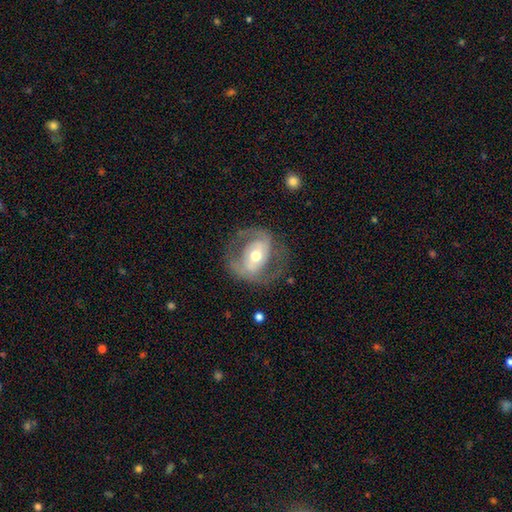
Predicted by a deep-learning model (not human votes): Smooth or featured? Predicted: featured or disk (p=0.76). Edge-on disk? Predicted: no (p=0.96). Bar? Predicted: no (p=0.37). Spiral arms? Predicted: yes (p=0.72). Spiral winding? Predicted: medium (p=0.48). Spiral arm count? Predicted: 2 (p=0.81). Bulge size? Predicted: moderate (p=0.69). Merging? Predicted: none (p=0.66).